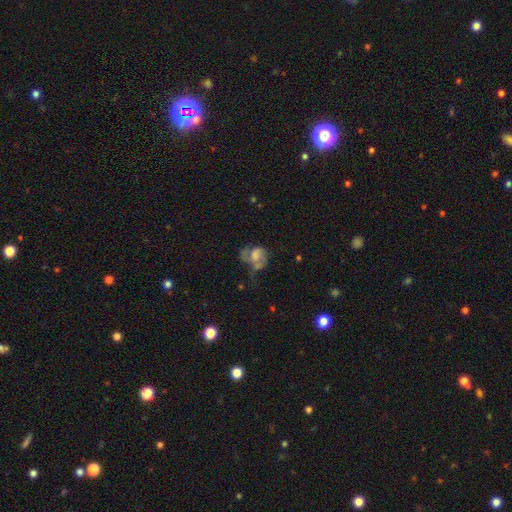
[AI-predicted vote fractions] A smooth galaxy with no disk features (47%).

Vote fractions:
- Smooth or featured? smooth: 47% / featured or disk: 41% / star or artifact: 11%
- Merging? major disturbance: 41% / none: 23% / minor disturbance: 21% / merger: 15%